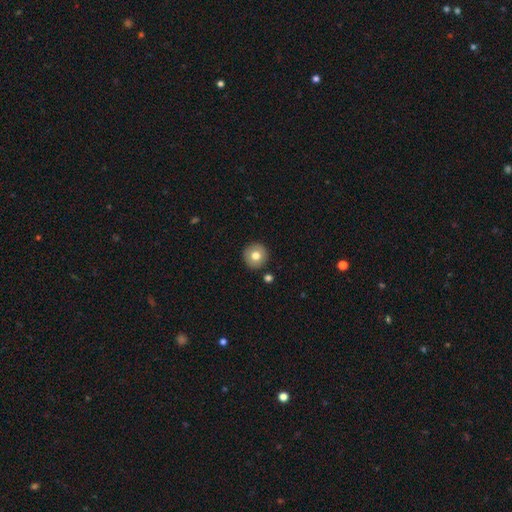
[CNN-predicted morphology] Q: Smooth or featured?
A: smooth (77%); runner-up: featured or disk (14%)
Q: How rounded?
A: round (94%); runner-up: in between (5%)
Q: Merging?
A: none (90%); runner-up: minor disturbance (6%)